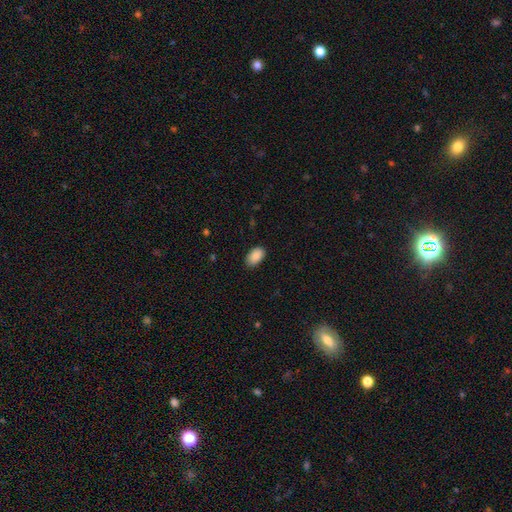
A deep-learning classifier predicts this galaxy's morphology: smooth_or_featured: smooth (p=0.90) [alt: star or artifact p=0.07]
how_rounded: in between (p=0.93) [alt: round p=0.06]
merging: none (p=0.85) [alt: minor disturbance p=0.12]